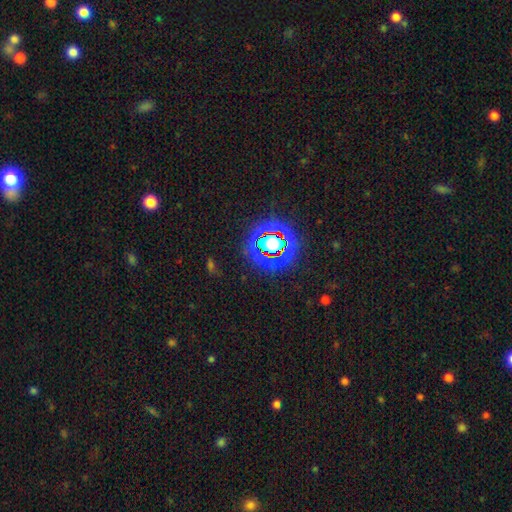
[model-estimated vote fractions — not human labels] This appears to be a star or artifact, not a galaxy (81%).